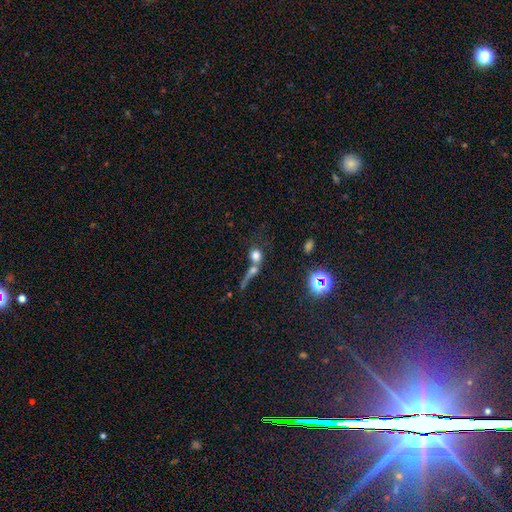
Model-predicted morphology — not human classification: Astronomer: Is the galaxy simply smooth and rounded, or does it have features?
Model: smooth — 68%.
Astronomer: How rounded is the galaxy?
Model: round — 72%.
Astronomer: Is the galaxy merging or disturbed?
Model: merger — 56%.